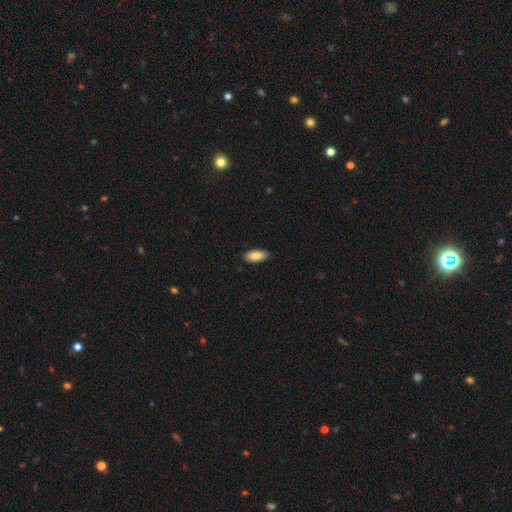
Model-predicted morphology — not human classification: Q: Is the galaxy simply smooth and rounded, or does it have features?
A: smooth — 86%.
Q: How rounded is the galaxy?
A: in between — 87%.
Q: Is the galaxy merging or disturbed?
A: none — 89%.